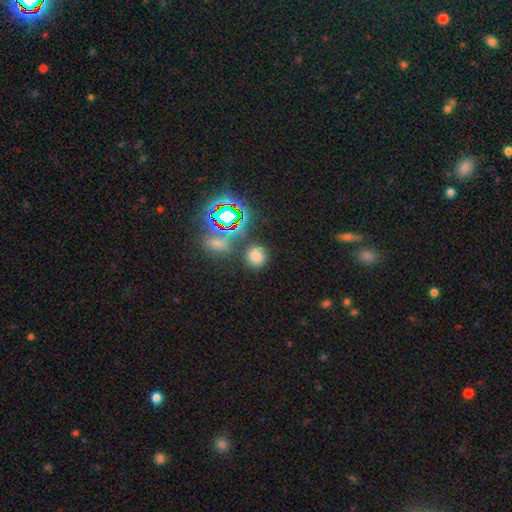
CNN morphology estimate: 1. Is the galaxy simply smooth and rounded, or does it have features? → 70% smooth, 23% star or artifact, 7% featured or disk.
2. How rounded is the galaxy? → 85% round, 14% in between, 1% cigar-shaped.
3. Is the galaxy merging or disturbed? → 82% none, 8% minor disturbance, 6% merger, 4% major disturbance.